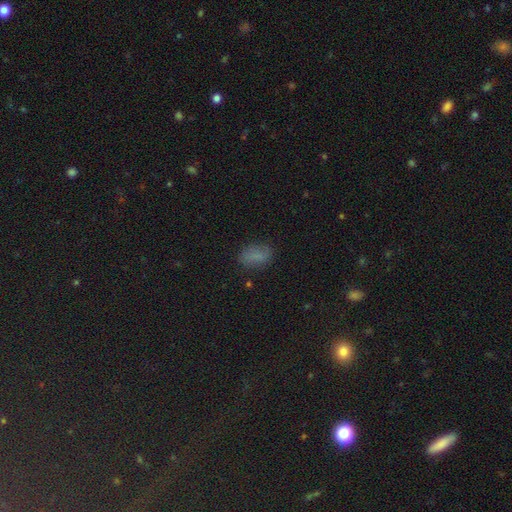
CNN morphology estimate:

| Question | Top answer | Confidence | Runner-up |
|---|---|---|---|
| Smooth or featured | smooth | 78% | star or artifact (13%) |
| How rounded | in between | 85% | round (12%) |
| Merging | none | 78% | minor disturbance (16%) |